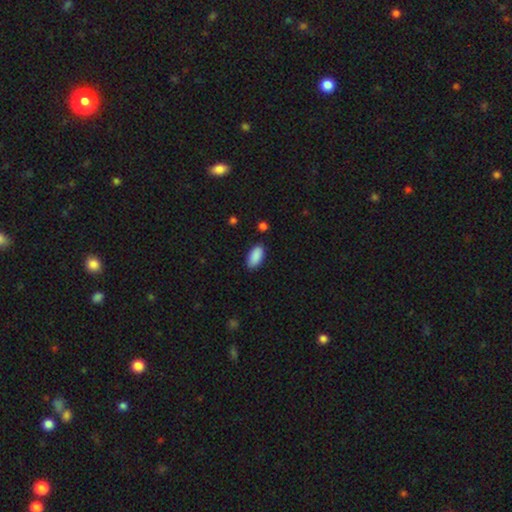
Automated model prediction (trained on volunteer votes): Smooth or featured: smooth — 90% (star or artifact — 6%)
How rounded: in between — 92% (cigar-shaped — 6%)
Merging: none — 86% (minor disturbance — 10%)